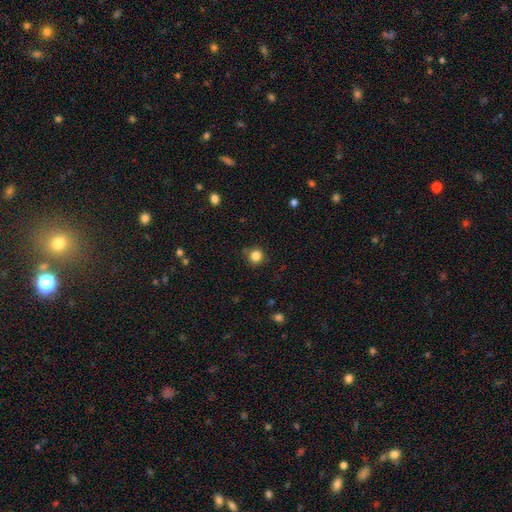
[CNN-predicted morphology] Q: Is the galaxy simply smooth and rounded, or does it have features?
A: smooth — 84%.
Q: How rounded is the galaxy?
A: round — 93%.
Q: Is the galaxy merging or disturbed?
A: none — 85%.